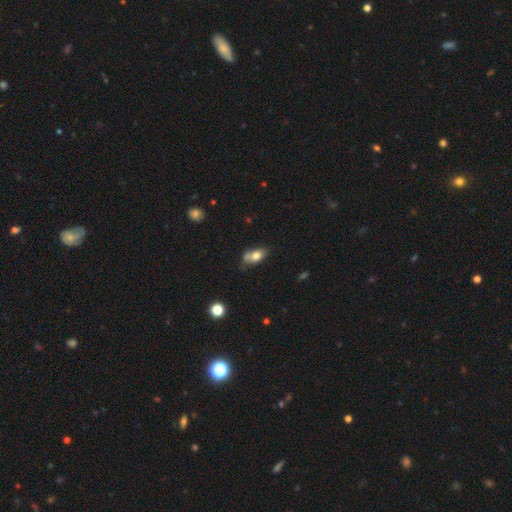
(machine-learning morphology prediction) Smooth or featured? Predicted: smooth (p=0.74). How rounded? Predicted: in between (p=0.85). Merging? Predicted: none (p=0.48).